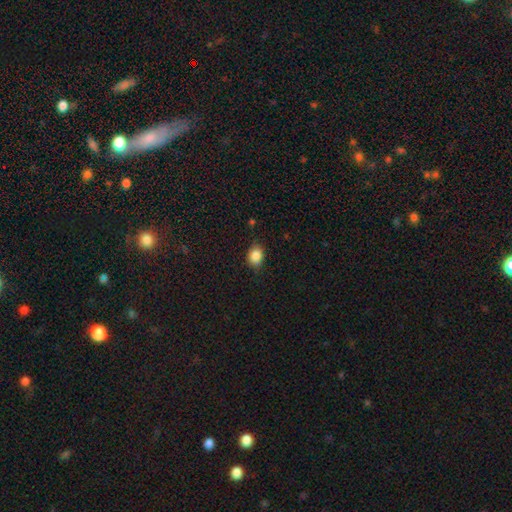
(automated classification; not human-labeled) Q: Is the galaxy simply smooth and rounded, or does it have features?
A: smooth — 86%.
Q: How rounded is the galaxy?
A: in between — 54%.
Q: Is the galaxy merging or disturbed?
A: none — 77%.